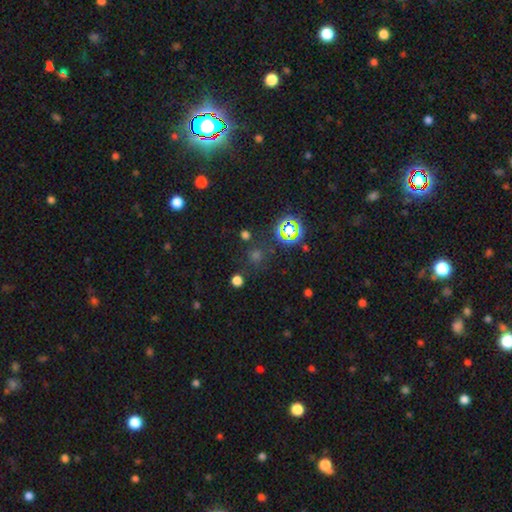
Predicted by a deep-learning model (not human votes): Smooth or featured? Predicted: star or artifact (p=0.56).